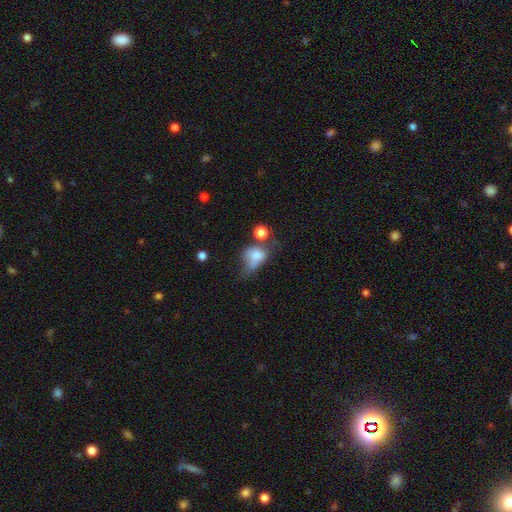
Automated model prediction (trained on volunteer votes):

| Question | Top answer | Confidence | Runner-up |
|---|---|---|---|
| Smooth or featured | smooth | 69% | featured or disk (20%) |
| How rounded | in between | 66% | round (32%) |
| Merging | major disturbance | 32% | merger (27%) |